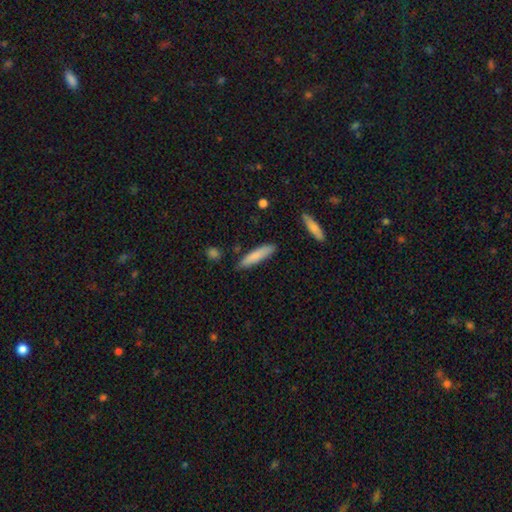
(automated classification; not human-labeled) A smooth galaxy with no disk features (81%) that is cigar-shaped (81%).

Vote fractions:
- Smooth or featured? smooth: 81% / featured or disk: 13% / star or artifact: 6%
- How rounded? cigar-shaped: 81% / in between: 18% / round: 1%
- Merging? none: 82% / minor disturbance: 13% / major disturbance: 2% / merger: 2%